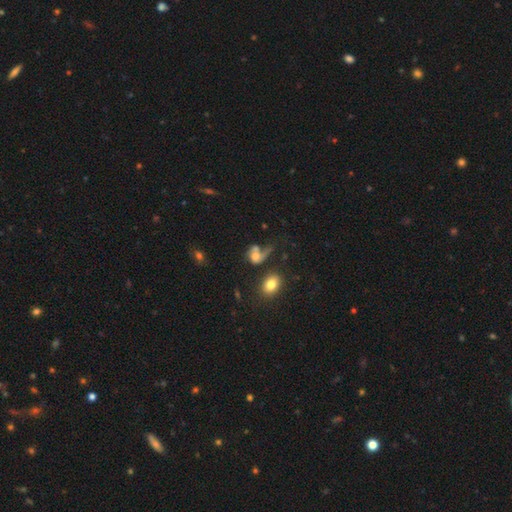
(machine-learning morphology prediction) smooth_or_featured: smooth (p=0.60) [alt: featured or disk p=0.27]
how_rounded: in between (p=0.49) [alt: round p=0.48]
merging: merger (p=0.31) [alt: major disturbance p=0.28]